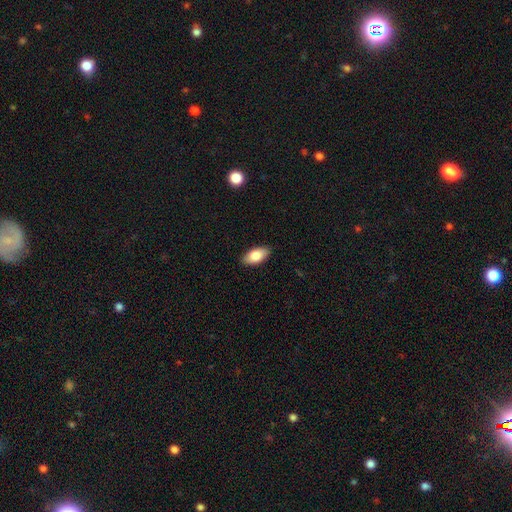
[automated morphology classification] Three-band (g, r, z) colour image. It shows a smooth galaxy with no disk features (82%) that is in between round and cigar-shaped (92%). Merging: none (89%).